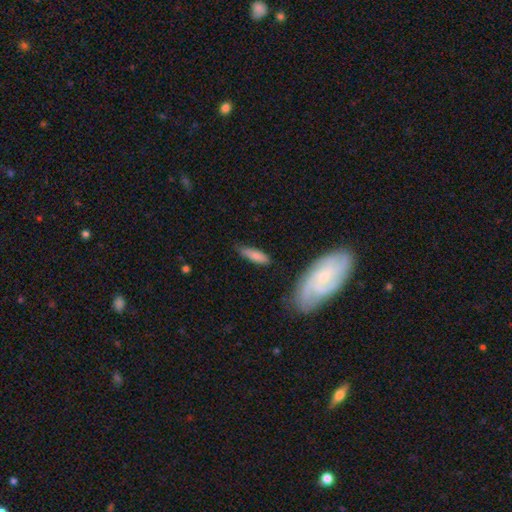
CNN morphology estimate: The model was most divided on "how rounded": cigar-shaped: 58%, in between: 40%, round: 2%. More confident: merging — none (75%); smooth or featured — smooth (74%).